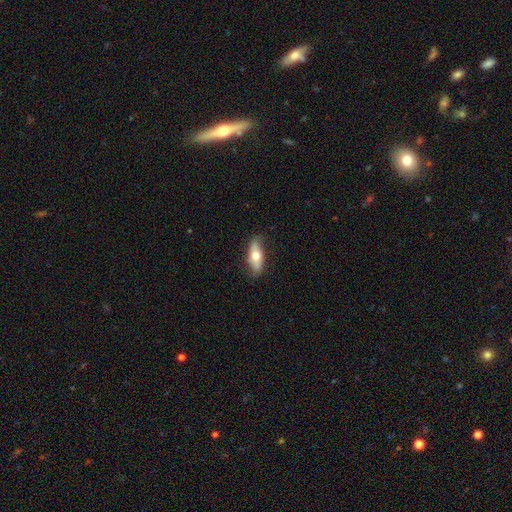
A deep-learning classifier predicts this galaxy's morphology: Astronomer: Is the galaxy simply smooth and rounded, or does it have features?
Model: smooth — 60%.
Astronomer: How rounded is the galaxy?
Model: in between — 71%.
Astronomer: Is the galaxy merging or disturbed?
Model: none — 78%.